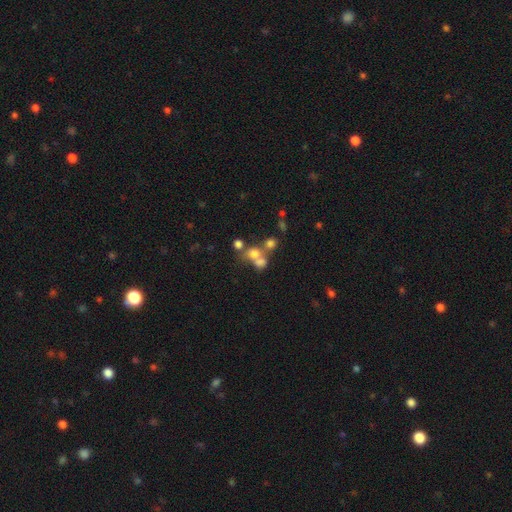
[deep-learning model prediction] smooth 62%, featured or disk 20%, star or artifact 18%. Down the decision tree: how rounded — round (73%); merging — merger (51%).